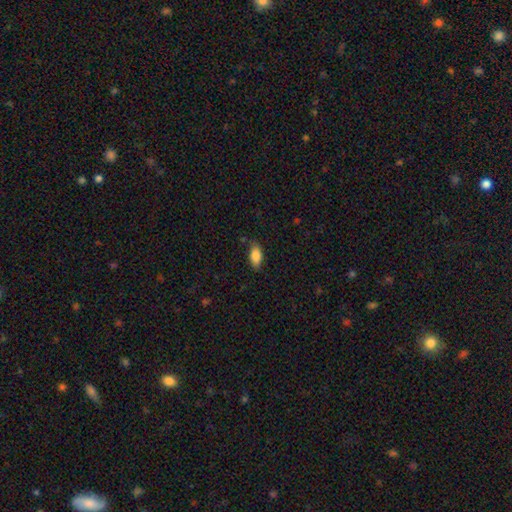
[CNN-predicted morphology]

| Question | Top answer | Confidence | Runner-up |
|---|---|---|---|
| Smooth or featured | smooth | 84% | featured or disk (9%) |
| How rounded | in between | 88% | cigar-shaped (9%) |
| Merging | none | 79% | minor disturbance (16%) |